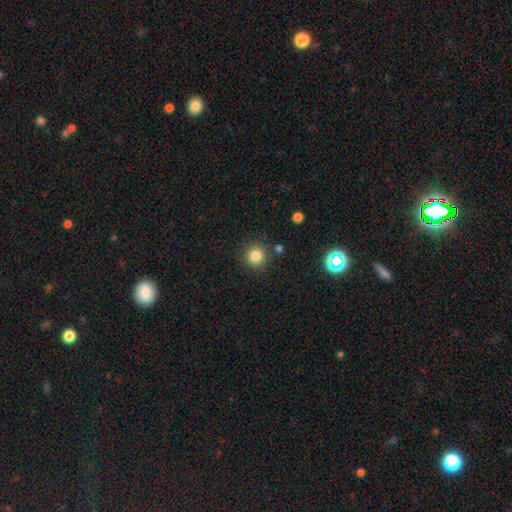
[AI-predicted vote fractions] This appears to be a smooth galaxy with no disk features (83%) that is round (92%). Merging: none (85%).